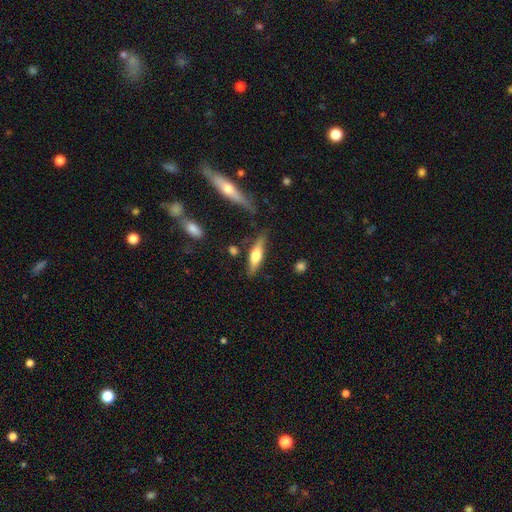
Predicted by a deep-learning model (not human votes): Smooth or featured?
  - featured or disk: 49% *
  - smooth: 46%
  - star or artifact: 6%
Merging?
  - none: 76% *
  - minor disturbance: 15%
  - merger: 5%
  - major disturbance: 4%